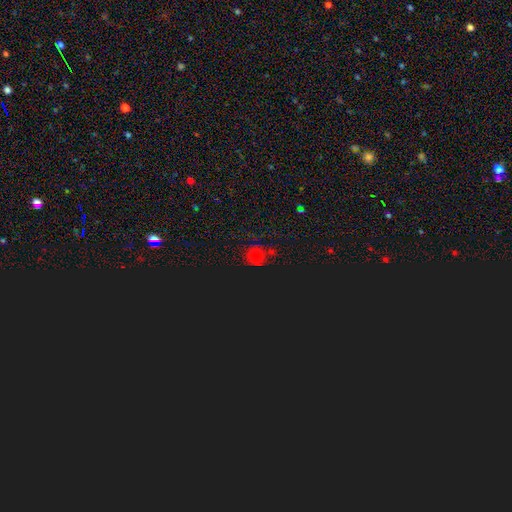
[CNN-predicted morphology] This appears to be a smooth galaxy with no disk features (46%). Merging: none (74%).